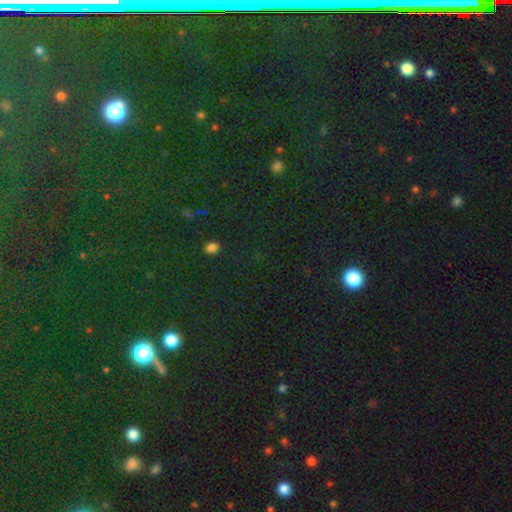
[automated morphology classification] This appears to be a star or artifact, not a galaxy (75%).